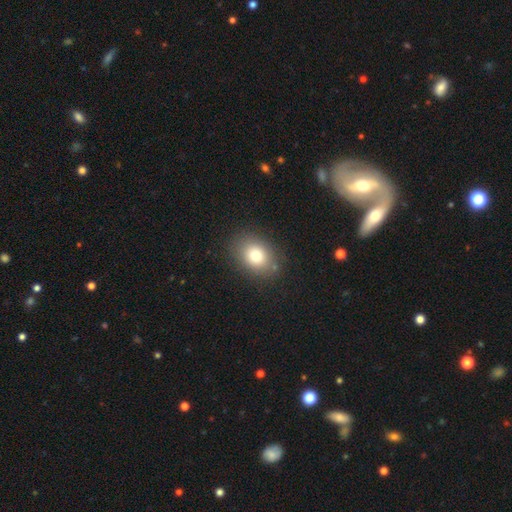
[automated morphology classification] smooth 79%, star or artifact 11%, featured or disk 10%. Down the decision tree: how rounded — in between (64%); merging — none (84%).